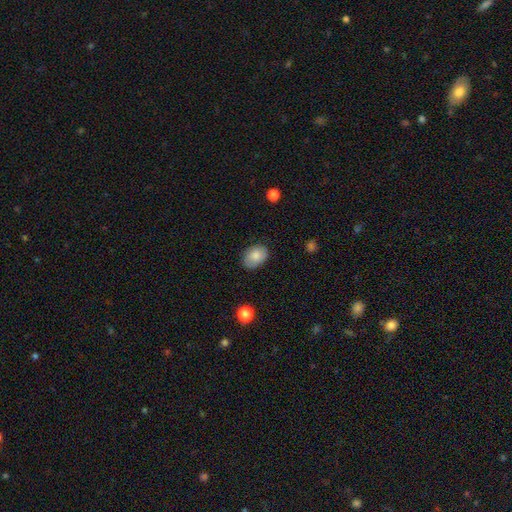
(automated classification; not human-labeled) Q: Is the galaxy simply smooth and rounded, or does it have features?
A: smooth — 81%.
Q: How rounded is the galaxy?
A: in between — 81%.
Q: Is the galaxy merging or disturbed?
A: none — 80%.